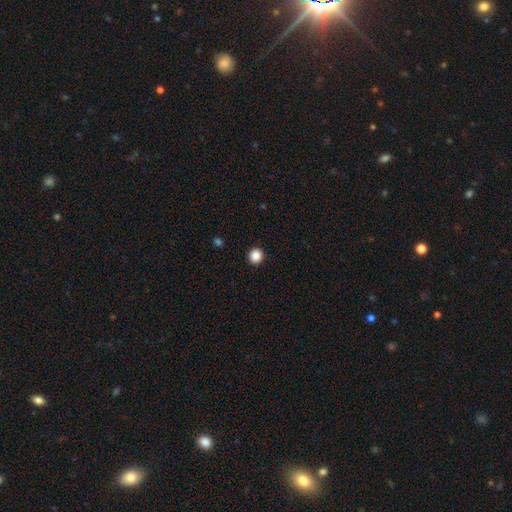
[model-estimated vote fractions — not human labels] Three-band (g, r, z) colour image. It shows a smooth galaxy with no disk features (87%) that is round (95%). Merging: none (94%).